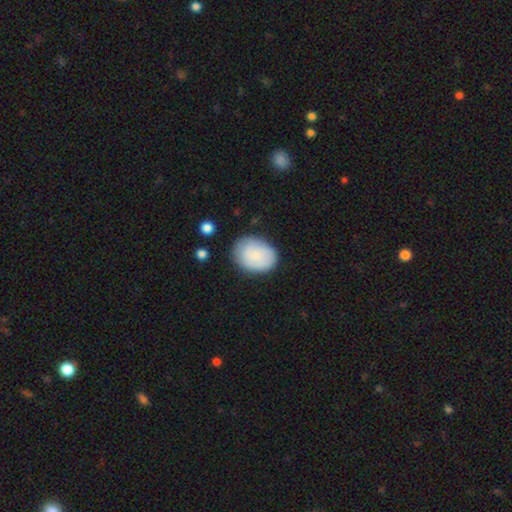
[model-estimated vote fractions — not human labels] smooth_or_featured: smooth (p=0.77) [alt: featured or disk p=0.17]
how_rounded: in between (p=0.63) [alt: round p=0.37]
merging: none (p=0.74) [alt: minor disturbance p=0.19]